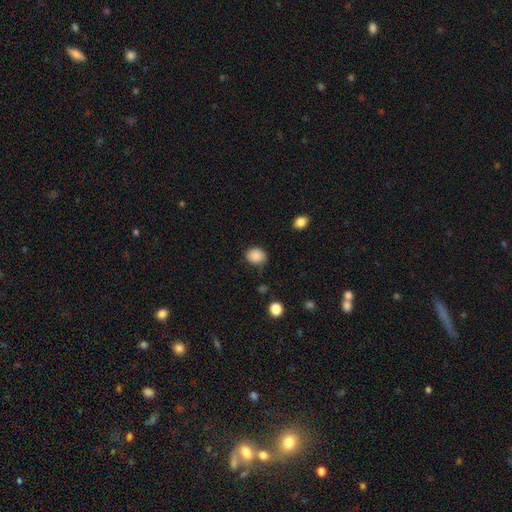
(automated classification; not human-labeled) Smooth or featured: smooth — 88% (star or artifact — 9%)
How rounded: round — 65% (in between — 34%)
Merging: none — 81% (minor disturbance — 14%)